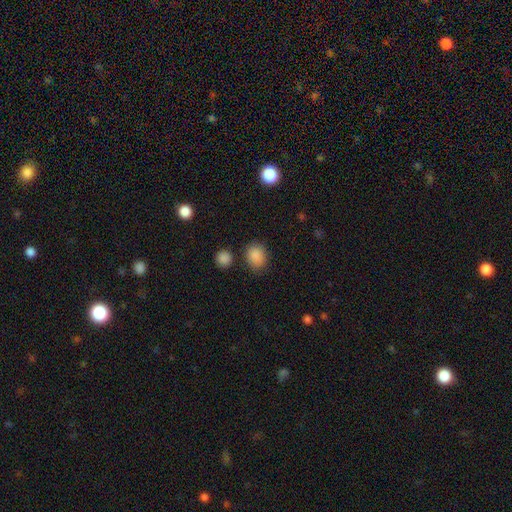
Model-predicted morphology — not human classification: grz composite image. It shows a smooth galaxy with no disk features (87%) that is in between round and cigar-shaped (54%). Merging: none (78%).